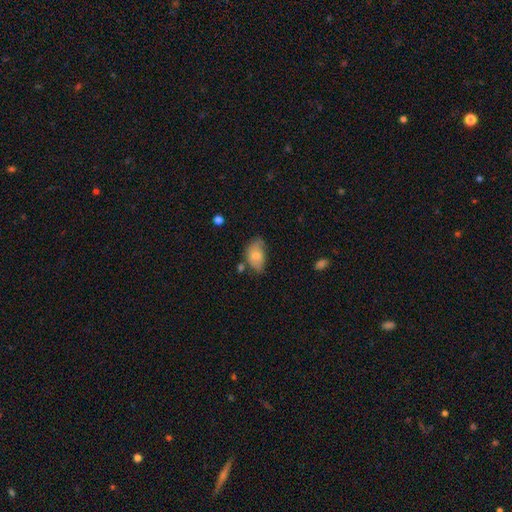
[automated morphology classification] Smooth or featured? smooth (73%)
How rounded? in between (89%)
Merging? none (46%)